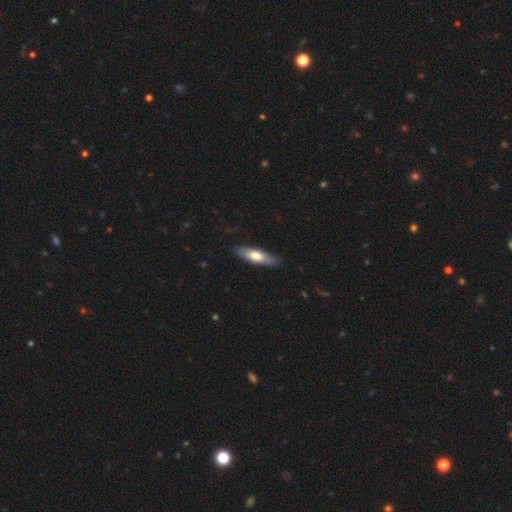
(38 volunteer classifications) Morphology: type=smooth (68%); roundness=in between (58%); merging=none (92%).